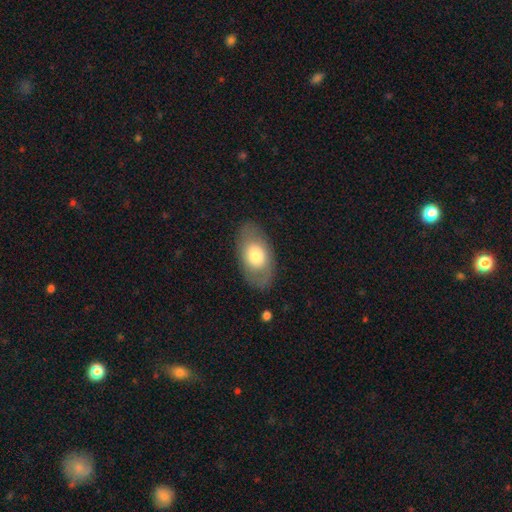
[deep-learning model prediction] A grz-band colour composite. It shows a smooth galaxy with no disk features (64%) that is in between round and cigar-shaped (90%). Merging: none (81%).